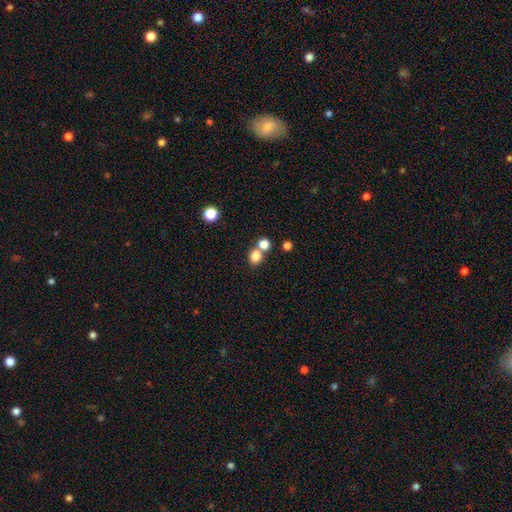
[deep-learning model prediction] Smooth or featured? Predicted: smooth (p=0.81). How rounded? Predicted: round (p=0.72). Merging? Predicted: none (p=0.55).